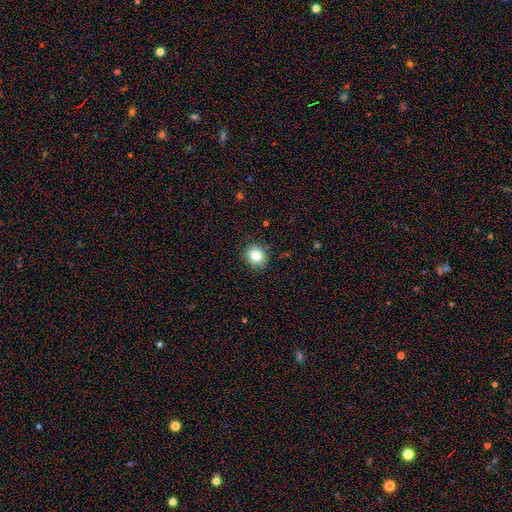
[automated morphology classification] smooth 81%, star or artifact 11%, featured or disk 8%. Down the decision tree: how rounded — round (83%); merging — none (89%).